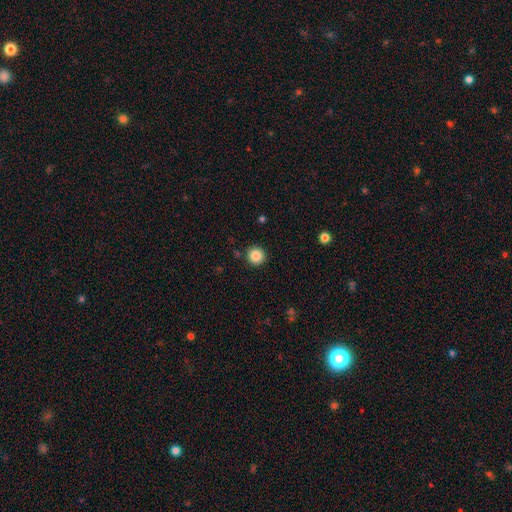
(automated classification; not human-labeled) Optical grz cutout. It shows a smooth galaxy with no disk features (87%) that is round (96%). Merging: none (91%).